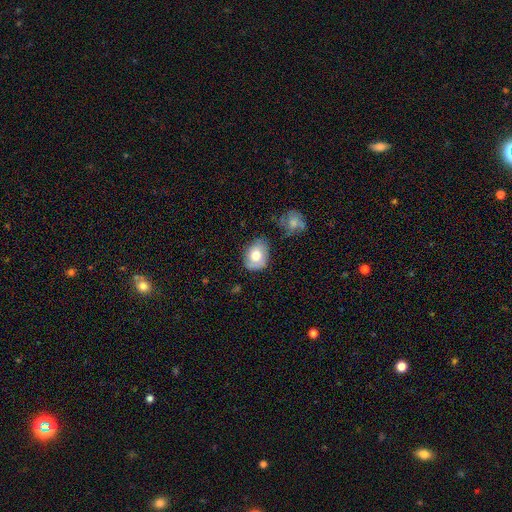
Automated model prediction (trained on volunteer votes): This is likely a smooth galaxy (70%). How rounded: possibly in between (58%). Merging: likely none (61%).